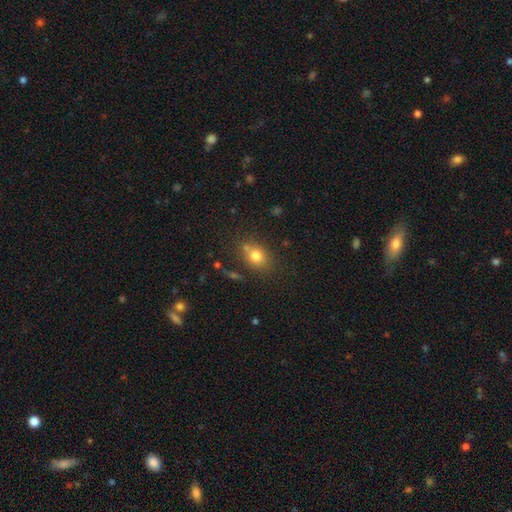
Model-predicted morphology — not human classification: type=smooth (77%); roundness=round (50%); merging=none (67%).